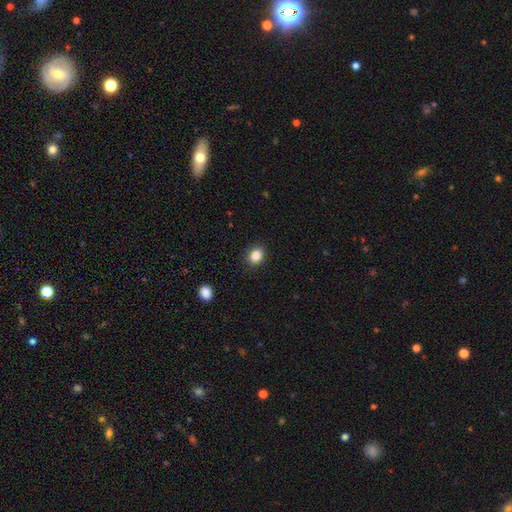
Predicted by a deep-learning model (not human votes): A smooth galaxy with no disk features (86%) that is round (54%).

Vote fractions:
- Smooth or featured? smooth: 86% / star or artifact: 10% / featured or disk: 4%
- How rounded? round: 54% / in between: 45% / cigar-shaped: 1%
- Merging? none: 86% / minor disturbance: 10% / major disturbance: 2% / merger: 1%